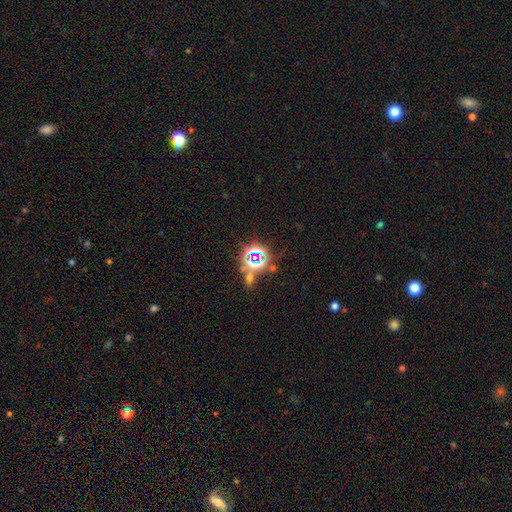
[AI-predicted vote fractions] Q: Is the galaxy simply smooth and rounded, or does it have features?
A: star or artifact — 76%.